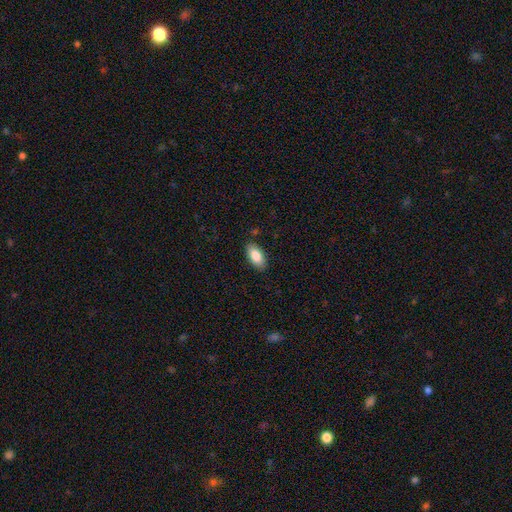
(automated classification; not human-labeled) smooth-or-featured: smooth: 85% | featured or disk: 8% | star or artifact: 6%
  how-rounded: in between: 93% | cigar-shaped: 4% | round: 3%
  merging: none: 87% | minor disturbance: 10% | major disturbance: 2% | merger: 1%